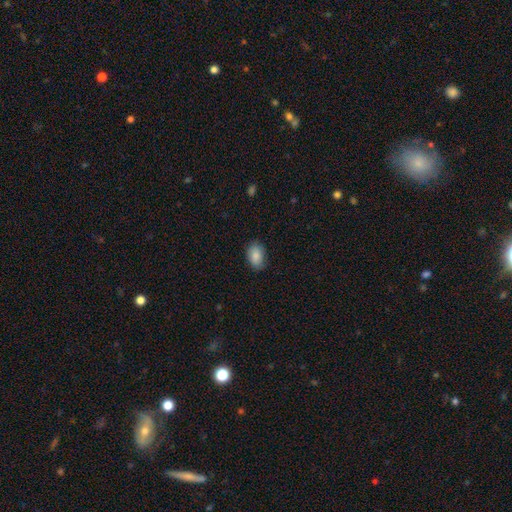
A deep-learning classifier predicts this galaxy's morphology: This appears to be a smooth galaxy with no disk features (88%) that is in between round and cigar-shaped (89%). Merging: none (83%).